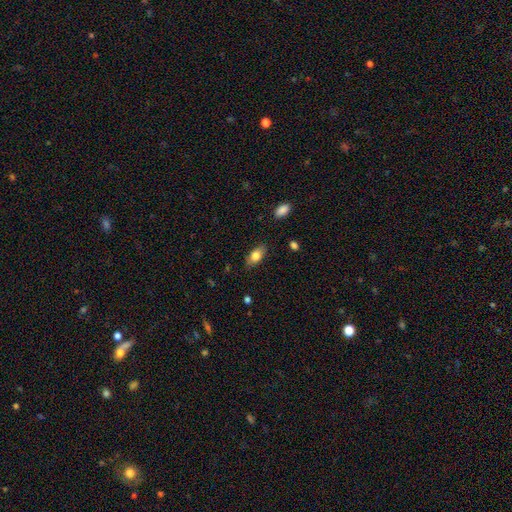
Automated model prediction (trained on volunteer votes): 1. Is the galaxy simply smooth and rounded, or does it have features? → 79% smooth, 13% featured or disk, 7% star or artifact.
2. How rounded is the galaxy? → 89% in between, 6% round, 5% cigar-shaped.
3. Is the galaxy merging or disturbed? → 83% none, 13% minor disturbance, 3% major disturbance, 1% merger.